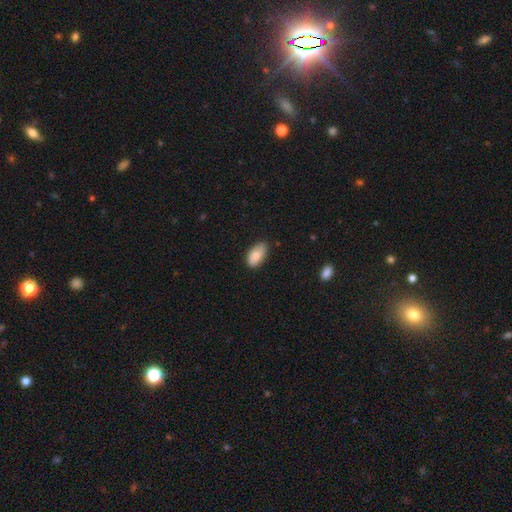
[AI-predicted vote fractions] A smooth galaxy with no disk features (82%) that is in between round and cigar-shaped (94%).

Vote fractions:
- Smooth or featured? smooth: 82% / featured or disk: 11% / star or artifact: 7%
- How rounded? in between: 94% / round: 4% / cigar-shaped: 3%
- Merging? none: 76% / minor disturbance: 20% / major disturbance: 3% / merger: 1%